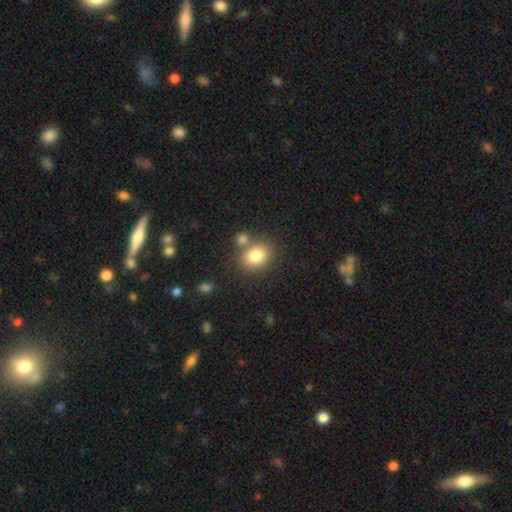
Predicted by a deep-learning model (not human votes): smooth 81%, star or artifact 10%, featured or disk 9%. Down the decision tree: how rounded — round (58%); merging — none (65%).